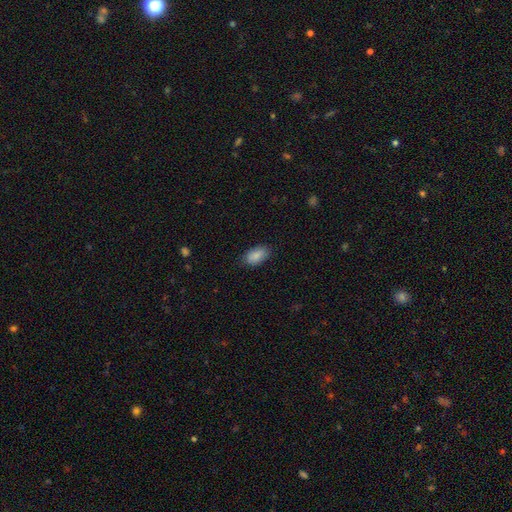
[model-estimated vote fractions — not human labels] The model was most divided on "merging": none: 84%, minor disturbance: 13%, major disturbance: 3%, merger: 1%. More confident: how rounded — in between (93%); smooth or featured — smooth (89%).